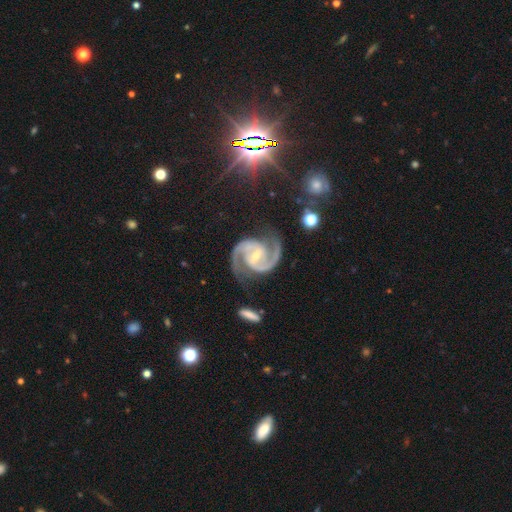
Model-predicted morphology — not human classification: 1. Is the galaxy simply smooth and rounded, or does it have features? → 94% featured or disk, 4% star or artifact, 2% smooth.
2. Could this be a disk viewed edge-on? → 98% no, 2% yes.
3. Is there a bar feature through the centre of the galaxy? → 46% weak, 40% strong, 14% no.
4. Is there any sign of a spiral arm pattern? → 99% yes, 1% no.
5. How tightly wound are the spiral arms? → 64% medium, 26% tight, 11% loose.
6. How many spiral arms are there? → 95% 2, 1% can't tell, 1% 3, 1% 1, 1% 4, 1% more than 4.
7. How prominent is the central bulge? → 58% small, 35% moderate, 4% none, 2% large, 1% dominant.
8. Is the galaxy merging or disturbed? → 79% none, 14% minor disturbance, 5% major disturbance, 2% merger.